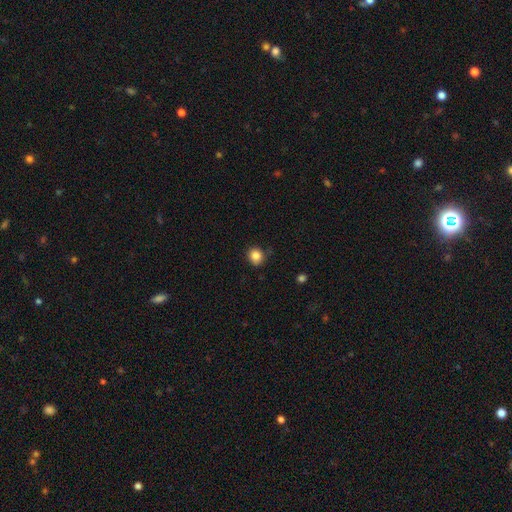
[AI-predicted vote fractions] Smooth or featured? Predicted: smooth (p=0.84). How rounded? Predicted: round (p=0.83). Merging? Predicted: none (p=0.85).